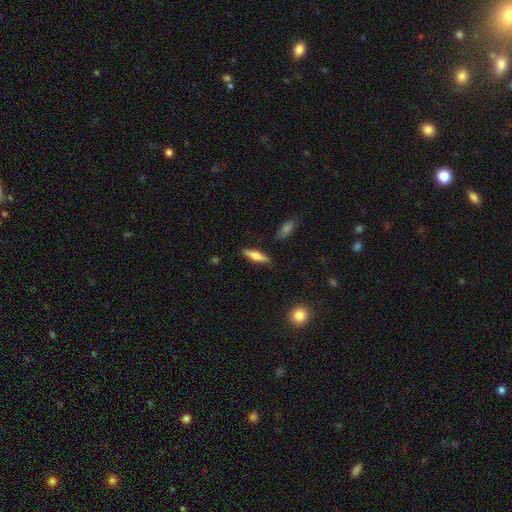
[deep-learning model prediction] Overall: smooth (56%; featured or disk 37%). How rounded: cigar-shaped (67%; in between 30%). Merging: none (86%).